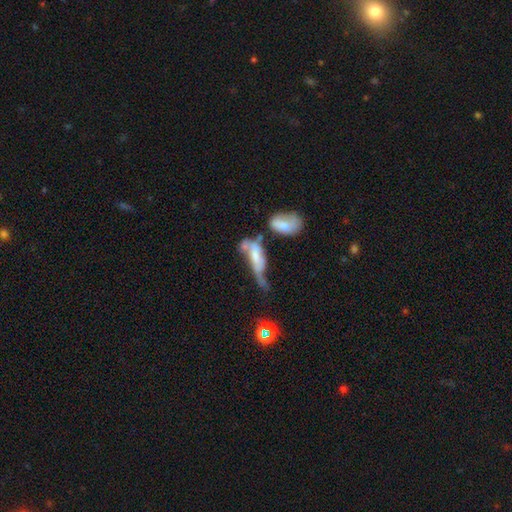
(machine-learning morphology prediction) smooth_or_featured: smooth (p=0.47) [alt: featured or disk p=0.43]
merging: merger (p=0.39) [alt: major disturbance p=0.35]